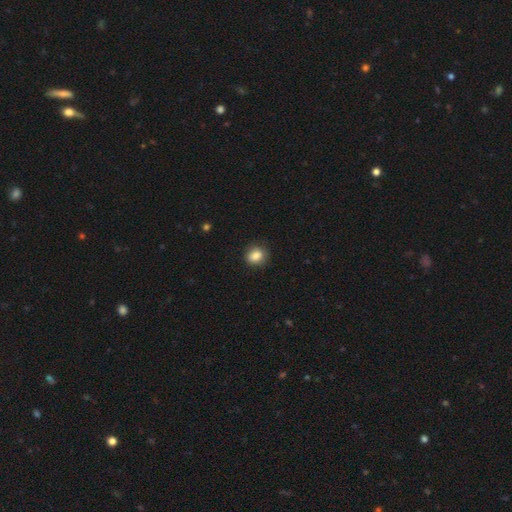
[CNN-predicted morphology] smooth 85%, star or artifact 9%, featured or disk 6%. Down the decision tree: how rounded — round (62%); merging — none (82%).